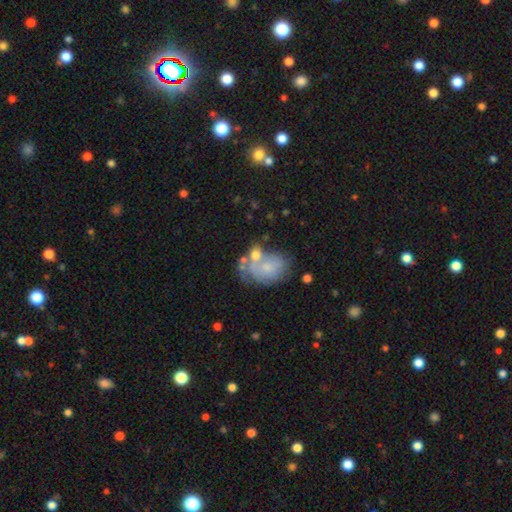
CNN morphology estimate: Smooth or featured?
  - featured or disk: 41% *
  - smooth: 35%
  - star or artifact: 24%
Merging?
  - none: 56% *
  - minor disturbance: 19%
  - merger: 16%
  - major disturbance: 10%